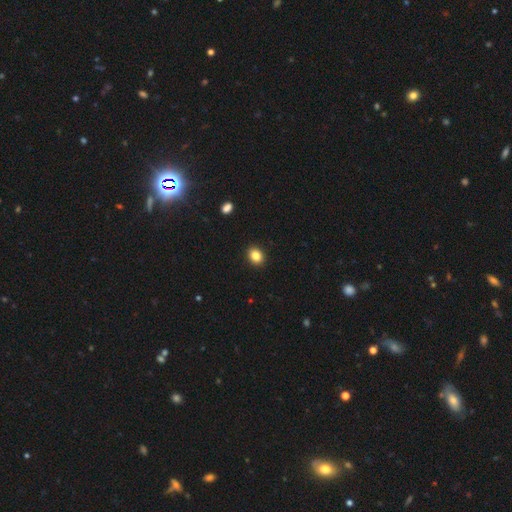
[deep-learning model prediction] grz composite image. It shows a smooth galaxy with no disk features (86%) that is in between round and cigar-shaped (55%). Merging: none (91%).